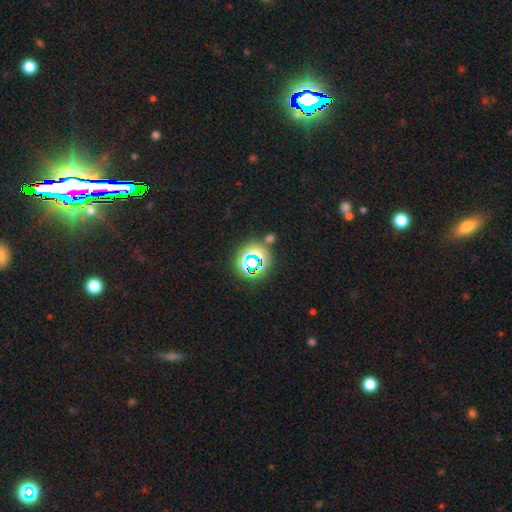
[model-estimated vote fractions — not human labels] smooth_or_featured: star or artifact (p=0.66) [alt: smooth p=0.25]